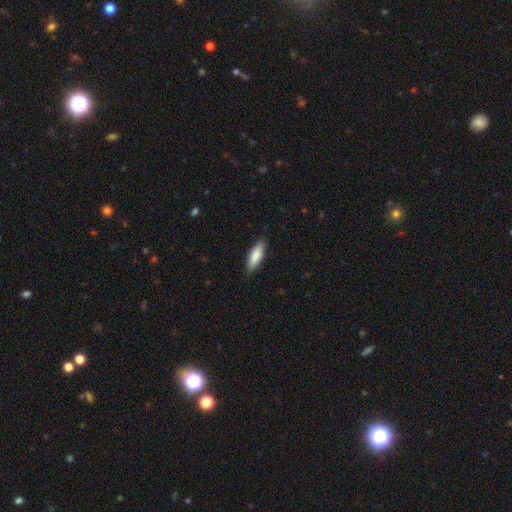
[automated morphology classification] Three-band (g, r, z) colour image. It shows a smooth galaxy with no disk features (79%) that is in between round and cigar-shaped (52%). Merging: none (86%).